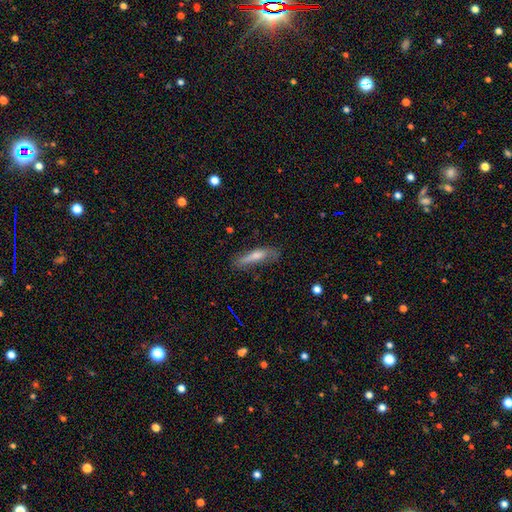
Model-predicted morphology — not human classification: This appears to be a smooth galaxy with no disk features (55%) that is cigar-shaped (78%). Merging: none (66%).